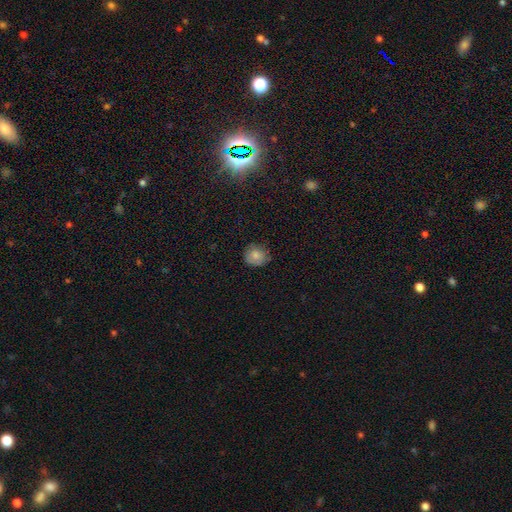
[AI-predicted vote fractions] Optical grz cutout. It shows a smooth galaxy with no disk features (77%) that is round (81%). Merging: none (72%).